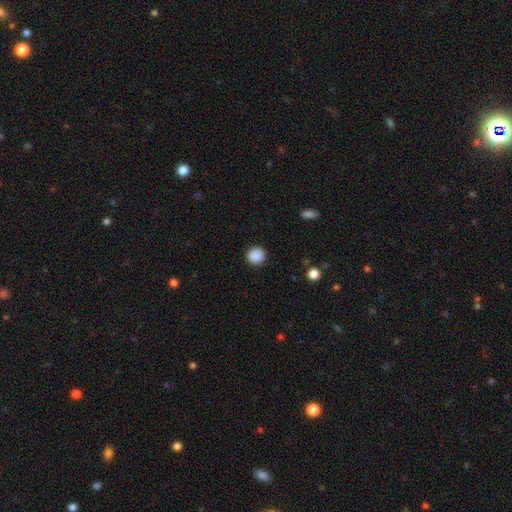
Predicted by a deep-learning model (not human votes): Morphology: type=smooth (89%); roundness=round (93%); merging=none (91%).